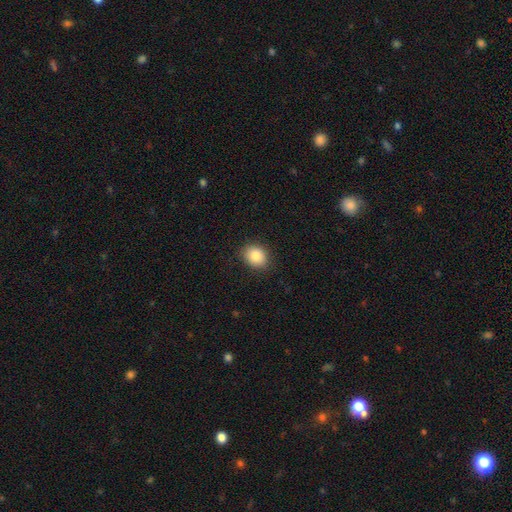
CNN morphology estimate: Overall: smooth (87%). How rounded: round (51%; in between 48%). Merging: none (86%).